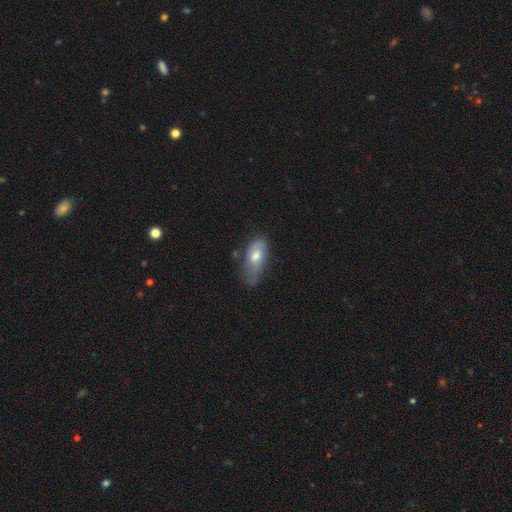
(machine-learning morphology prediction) A smooth galaxy with no disk features (63%) that is in between round and cigar-shaped (85%).

Vote fractions:
- Smooth or featured? smooth: 63% / featured or disk: 30% / star or artifact: 7%
- How rounded? in between: 85% / cigar-shaped: 11% / round: 4%
- Merging? none: 40% (tied) / minor disturbance: 40% (tied) / major disturbance: 17% / merger: 4%